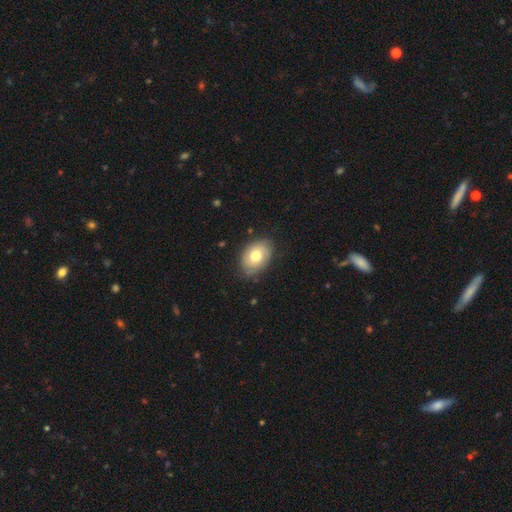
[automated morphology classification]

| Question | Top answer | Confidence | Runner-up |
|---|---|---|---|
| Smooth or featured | smooth | 57% | featured or disk (36%) |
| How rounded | in between | 78% | round (21%) |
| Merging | none | 78% | minor disturbance (16%) |